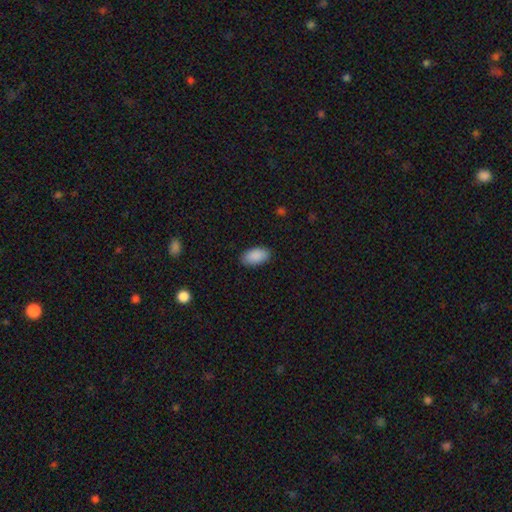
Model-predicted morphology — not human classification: Q: Smooth or featured?
A: smooth (90%); runner-up: star or artifact (7%)
Q: How rounded?
A: in between (95%); runner-up: round (3%)
Q: Merging?
A: none (87%); runner-up: minor disturbance (10%)